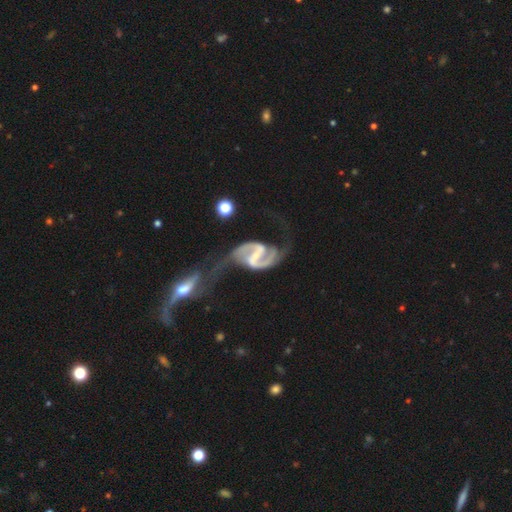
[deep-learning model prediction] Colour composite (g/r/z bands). It shows a featured or disk galaxy (94%) with a strong bar (58%), 2 (94%) medium (47%) spiral arms (98%) and a small central bulge (56%). Merging: none (38%).